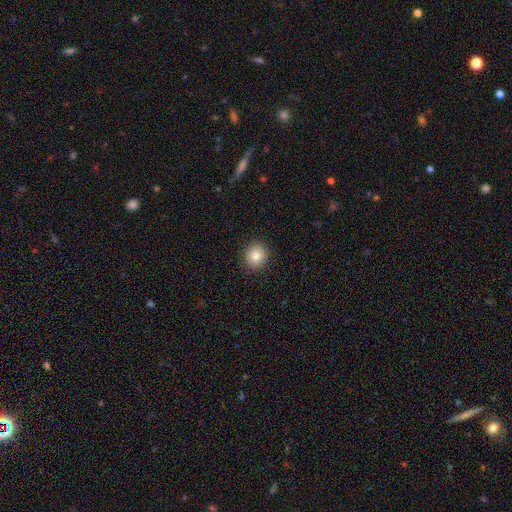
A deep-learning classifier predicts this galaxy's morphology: smooth_or_featured: smooth (p=0.82) [alt: star or artifact p=0.10]
how_rounded: round (p=0.81) [alt: in between p=0.18]
merging: none (p=0.91) [alt: minor disturbance p=0.06]